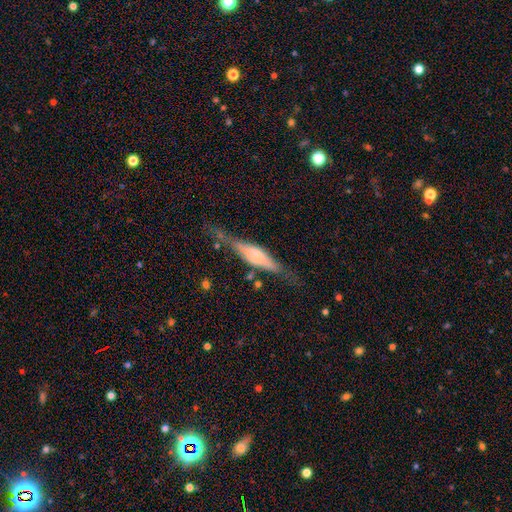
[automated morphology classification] The model was most divided on "edge-on bulge": rounded: 54%, boxy: 36%, none: 10%. More confident: edge-on disk — yes (94%); merging — none (70%); smooth or featured — featured or disk (64%).